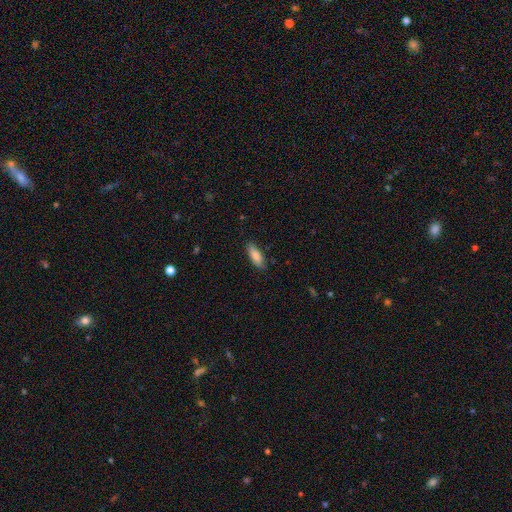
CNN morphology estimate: A smooth galaxy with no disk features (85%) that is in between round and cigar-shaped (71%).

Vote fractions:
- Smooth or featured? smooth: 85% / featured or disk: 9% / star or artifact: 6%
- How rounded? in between: 71% / cigar-shaped: 27% / round: 2%
- Merging? none: 84% / minor disturbance: 13% / major disturbance: 2% / merger: 1%